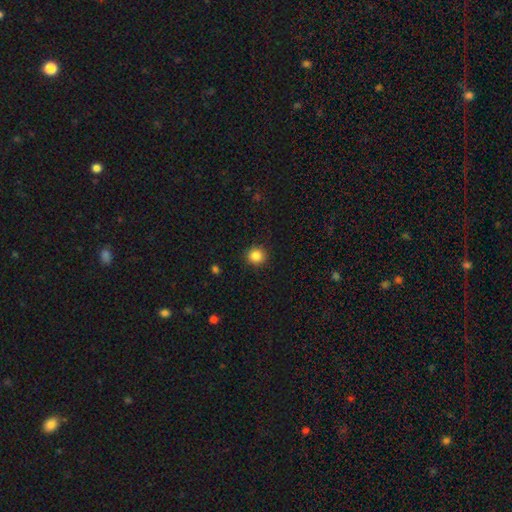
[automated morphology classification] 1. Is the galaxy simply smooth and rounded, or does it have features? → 87% smooth, 10% star or artifact, 3% featured or disk.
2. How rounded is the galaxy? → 92% round, 7% in between, 1% cigar-shaped.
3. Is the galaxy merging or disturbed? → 89% none, 7% minor disturbance, 2% major disturbance, 1% merger.